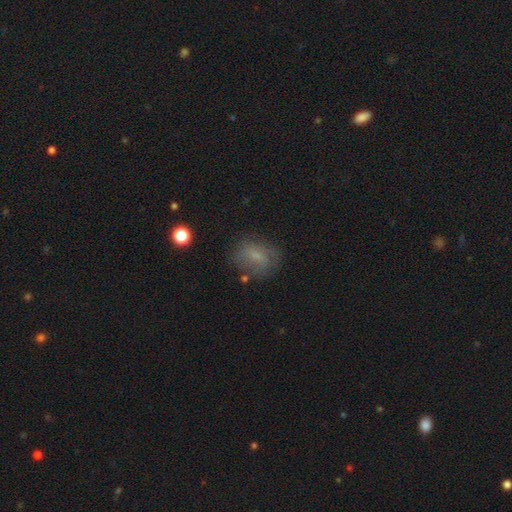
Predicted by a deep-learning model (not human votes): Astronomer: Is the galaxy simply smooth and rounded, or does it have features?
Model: smooth — 59%.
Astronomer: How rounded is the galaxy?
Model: in between — 63%.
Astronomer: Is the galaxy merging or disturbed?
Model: none — 65%.